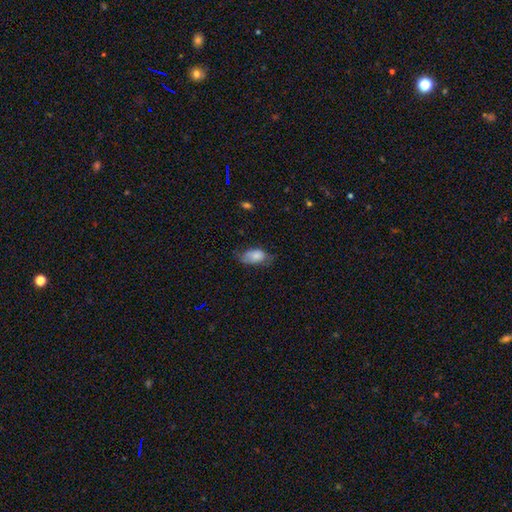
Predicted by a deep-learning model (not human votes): smooth_or_featured: smooth (p=0.80) [alt: featured or disk p=0.12]
how_rounded: in between (p=0.91) [alt: round p=0.06]
merging: none (p=0.46) [alt: minor disturbance p=0.36]